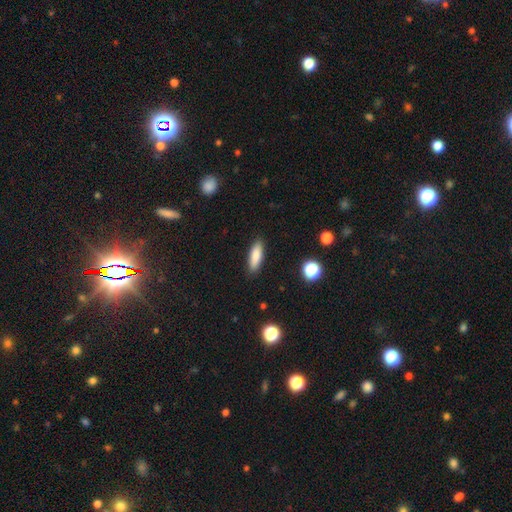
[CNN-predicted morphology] smooth 83%, featured or disk 10%, star or artifact 7%. Down the decision tree: how rounded — in between (51%); merging — none (89%).